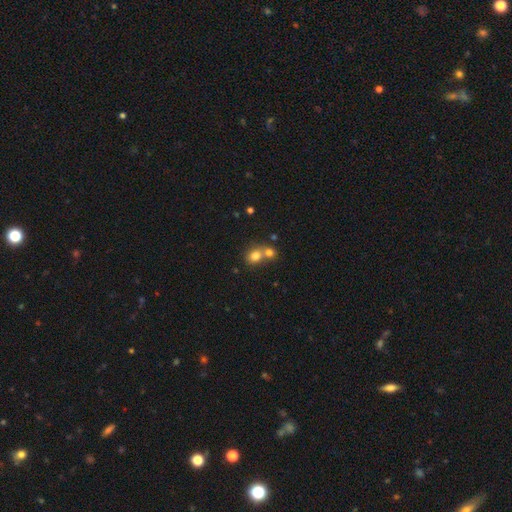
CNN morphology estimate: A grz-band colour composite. It shows a smooth galaxy with no disk features (78%) that is round (69%). Merging: merger (51%).